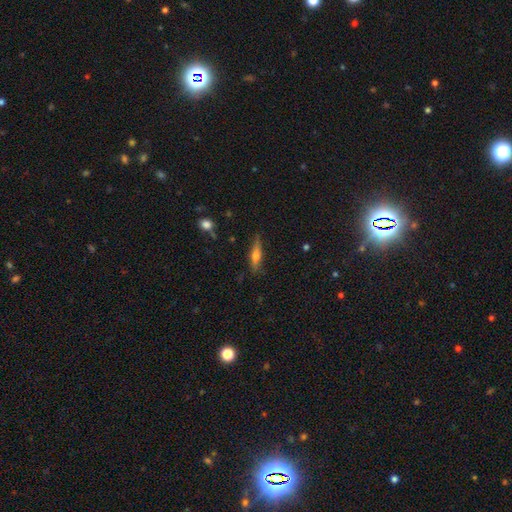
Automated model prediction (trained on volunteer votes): Morphology: type=smooth (47%); merging=none (79%).